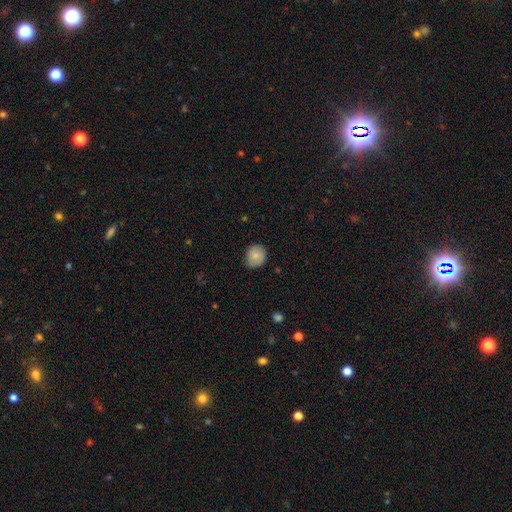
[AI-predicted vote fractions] Morphology: type=smooth (78%); roundness=round (76%); merging=none (76%).